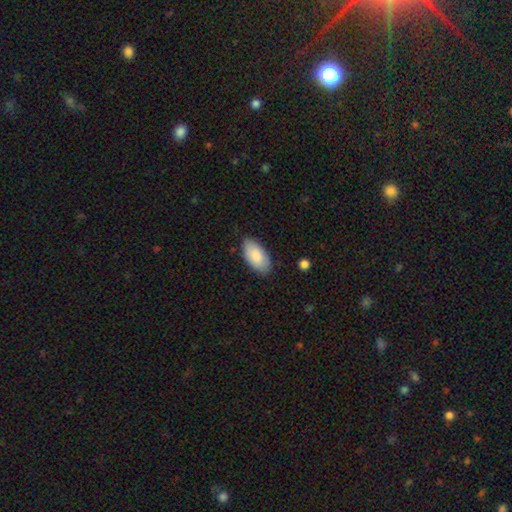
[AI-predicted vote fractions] Q: Smooth or featured?
A: smooth (87%); runner-up: featured or disk (7%)
Q: How rounded?
A: in between (95%); runner-up: cigar-shaped (3%)
Q: Merging?
A: none (82%); runner-up: minor disturbance (14%)